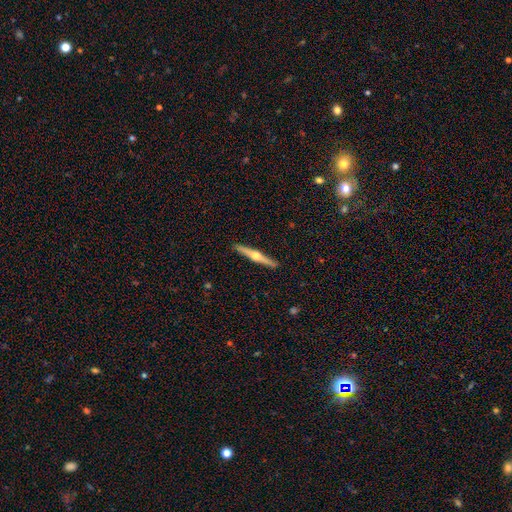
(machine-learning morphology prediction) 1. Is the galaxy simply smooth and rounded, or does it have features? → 73% featured or disk, 22% smooth, 5% star or artifact.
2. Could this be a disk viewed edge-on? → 98% yes, 2% no.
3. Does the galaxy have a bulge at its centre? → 95% rounded, 3% none, 2% boxy.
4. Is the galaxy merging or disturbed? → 92% none, 6% minor disturbance, 1% major disturbance, 1% merger.